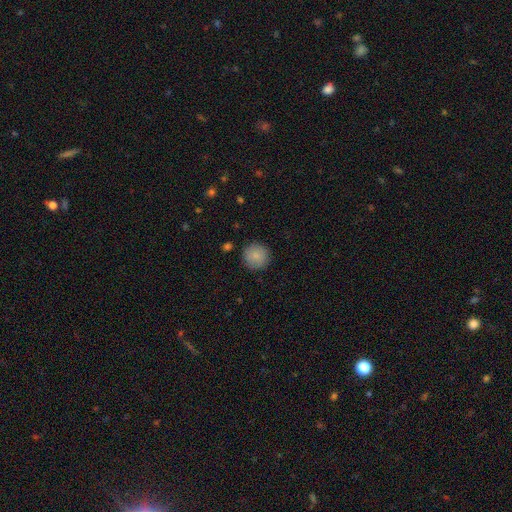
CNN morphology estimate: smooth_or_featured: smooth (p=0.86) [alt: star or artifact p=0.07]
how_rounded: round (p=0.95) [alt: in between p=0.04]
merging: none (p=0.88) [alt: minor disturbance p=0.08]